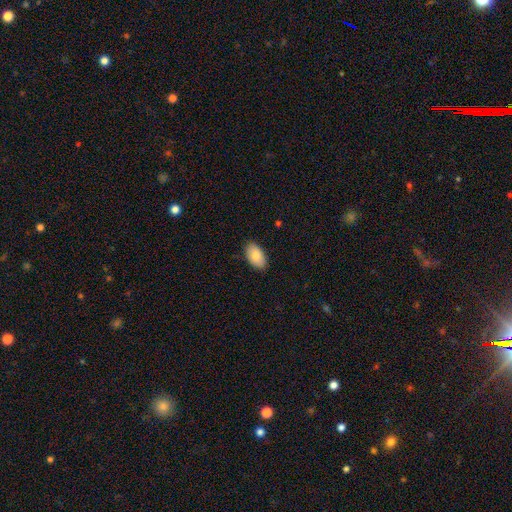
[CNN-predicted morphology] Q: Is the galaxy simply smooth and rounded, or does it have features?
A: smooth — 84%.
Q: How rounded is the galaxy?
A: in between — 95%.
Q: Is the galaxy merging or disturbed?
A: none — 88%.